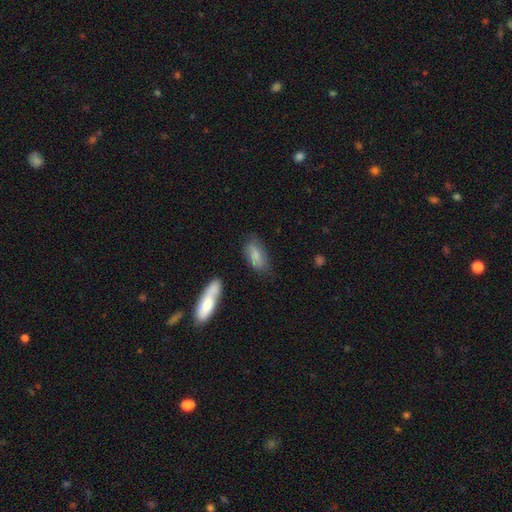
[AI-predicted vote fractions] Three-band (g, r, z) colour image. It shows a smooth galaxy with no disk features (78%) that is in between round and cigar-shaped (88%). Merging: none (69%).